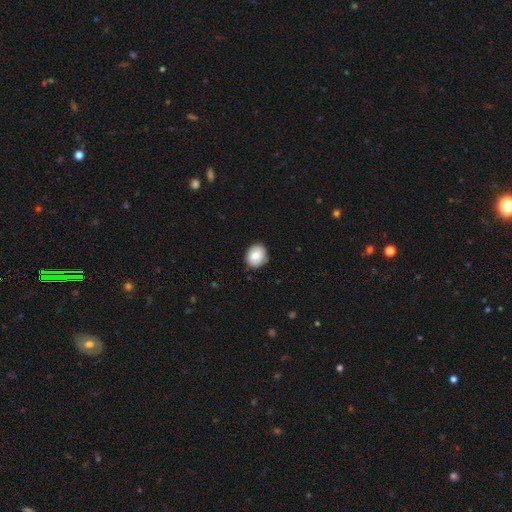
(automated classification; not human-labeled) Smooth or featured? Predicted: smooth (p=0.81). How rounded? Predicted: round (p=0.60). Merging? Predicted: none (p=0.86).